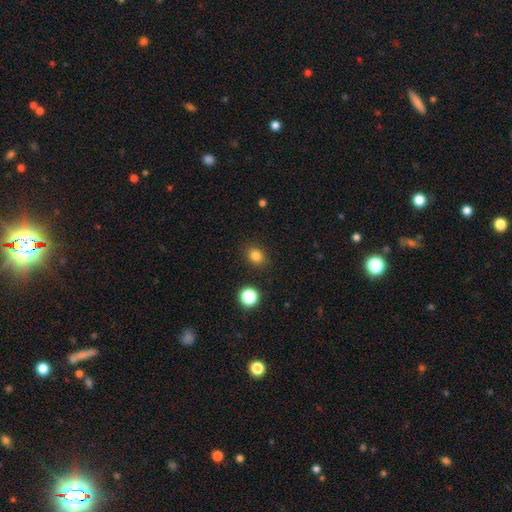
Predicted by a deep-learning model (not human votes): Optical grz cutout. It shows a smooth galaxy with no disk features (82%) that is round (61%). Merging: none (86%).